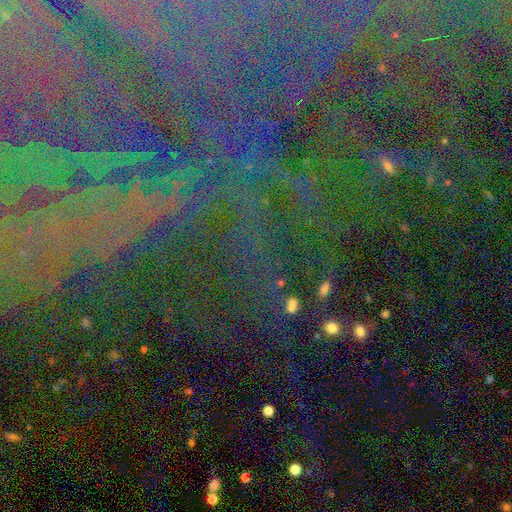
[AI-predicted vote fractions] smooth-or-featured: star or artifact: 82% | featured or disk: 10% | smooth: 8%